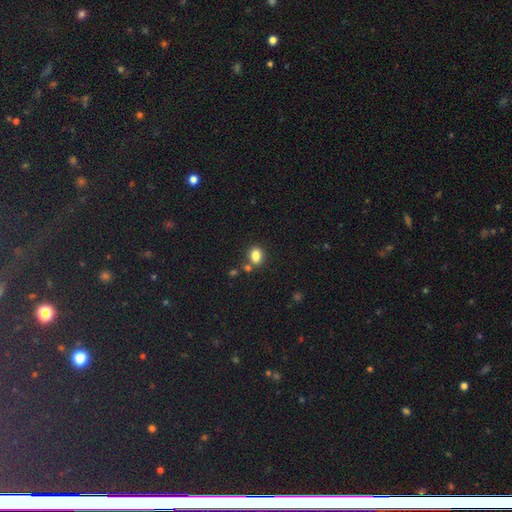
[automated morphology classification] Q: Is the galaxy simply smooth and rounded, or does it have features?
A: smooth — 82%.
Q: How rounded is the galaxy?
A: in between — 54%.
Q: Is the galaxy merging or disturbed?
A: none — 71%.